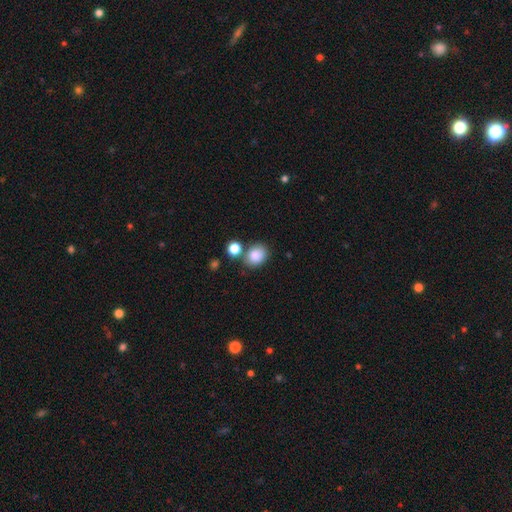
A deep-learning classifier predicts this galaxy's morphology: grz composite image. It shows a smooth galaxy with no disk features (85%) that is round (56%). Merging: none (64%).